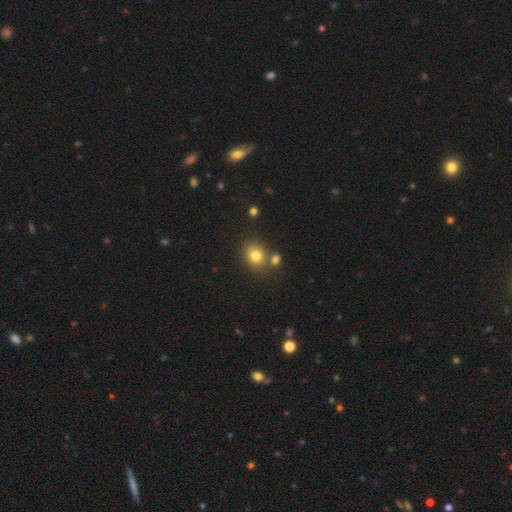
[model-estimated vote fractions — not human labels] This is likely a smooth galaxy (79%). How rounded: likely round (72%). Merging: likely none (67%).